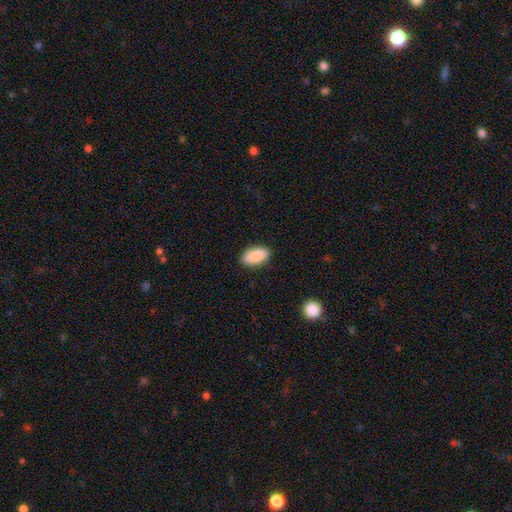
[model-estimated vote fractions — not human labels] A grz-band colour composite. It shows a smooth galaxy with no disk features (90%) that is in between round and cigar-shaped (93%). Merging: none (88%).